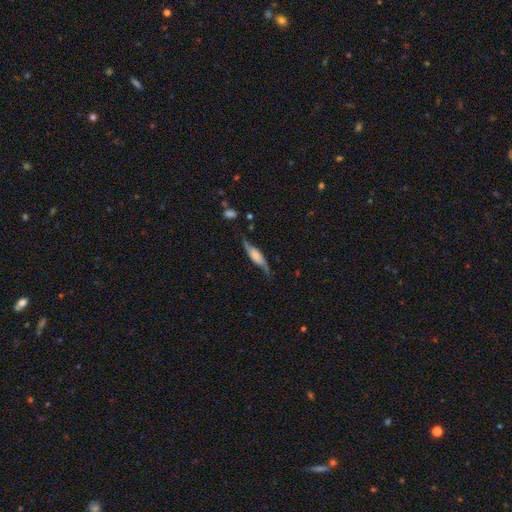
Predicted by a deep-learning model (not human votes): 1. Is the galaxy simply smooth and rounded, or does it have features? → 64% featured or disk, 29% smooth, 7% star or artifact.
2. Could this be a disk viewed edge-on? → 55% no, 45% yes.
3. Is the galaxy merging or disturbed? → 65% none, 24% minor disturbance, 9% major disturbance, 3% merger.